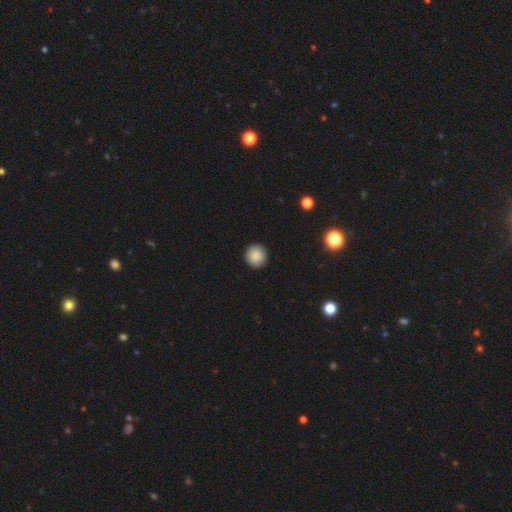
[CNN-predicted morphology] A smooth galaxy with no disk features (88%) that is round (94%).

Vote fractions:
- Smooth or featured? smooth: 88% / star or artifact: 8% / featured or disk: 3%
- How rounded? round: 94% / in between: 5% / cigar-shaped: 1%
- Merging? none: 93% / minor disturbance: 5% / major disturbance: 1% / merger: 1%